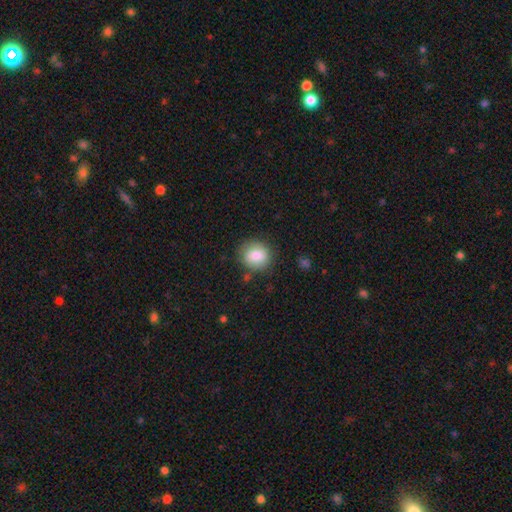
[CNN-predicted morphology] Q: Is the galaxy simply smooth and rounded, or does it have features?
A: smooth — 81%.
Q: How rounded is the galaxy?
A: round — 76%.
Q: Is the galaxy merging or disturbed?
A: none — 79%.